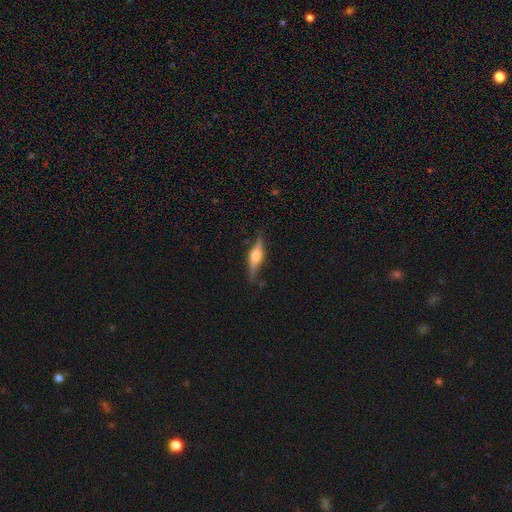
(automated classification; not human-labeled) smooth_or_featured: featured or disk (p=0.69) [alt: smooth p=0.25]
disk_edge_on: yes (p=0.94) [alt: no p=0.06]
edge_on_bulge: rounded (p=0.92) [alt: boxy p=0.06]
merging: none (p=0.78) [alt: minor disturbance p=0.17]